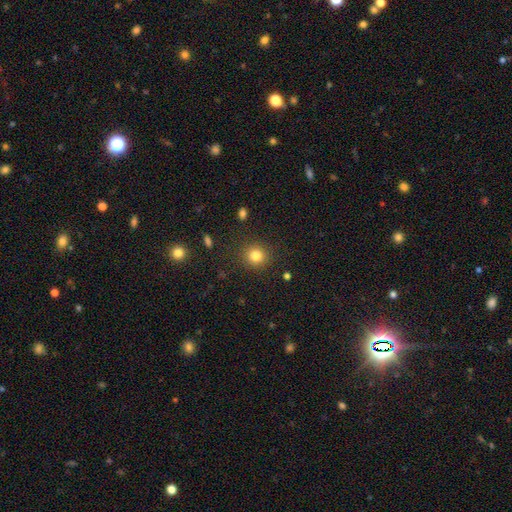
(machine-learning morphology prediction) This is clearly a smooth galaxy (82%). How rounded: clearly round (90%). Merging: clearly none (89%).